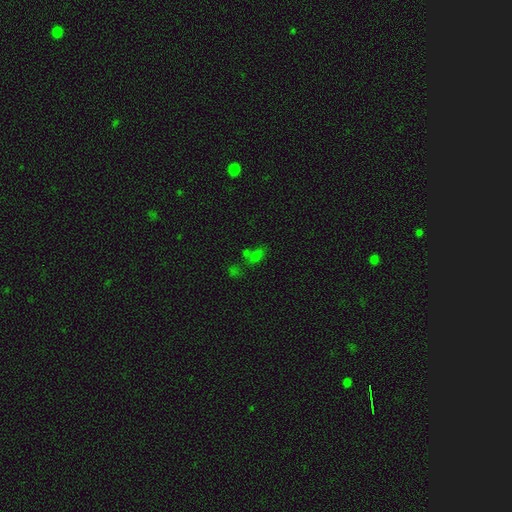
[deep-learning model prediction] Overall: smooth (46%; star or artifact 40%). Merging: none (50%; merger 30%).